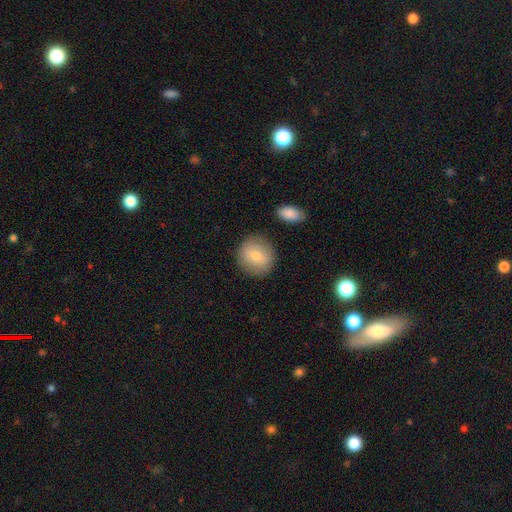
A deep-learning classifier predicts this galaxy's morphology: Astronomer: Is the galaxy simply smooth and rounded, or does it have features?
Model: smooth — 75%.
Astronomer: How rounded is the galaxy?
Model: round — 86%.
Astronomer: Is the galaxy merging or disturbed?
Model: none — 87%.